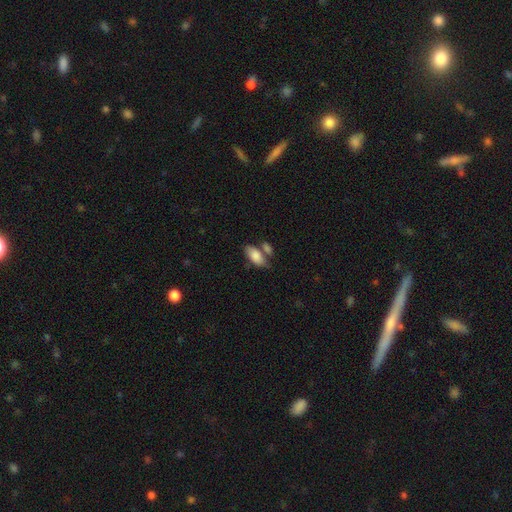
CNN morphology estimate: Smooth or featured: smooth — 82% (featured or disk — 11%)
How rounded: in between — 91% (cigar-shaped — 6%)
Merging: none — 48% (merger — 30%)